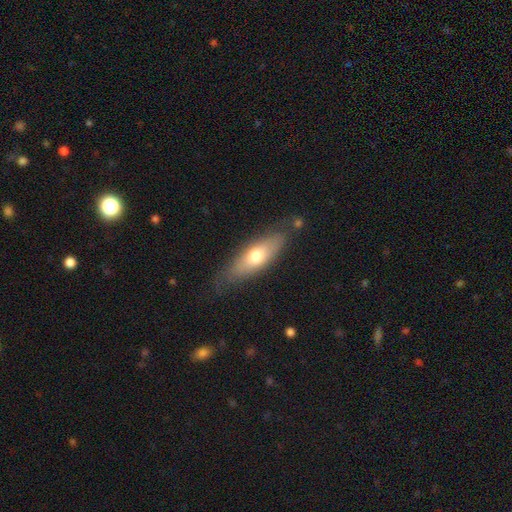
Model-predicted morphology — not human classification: Smooth or featured?
  - smooth: 62% *
  - featured or disk: 32%
  - star or artifact: 6%
How rounded?
  - in between: 60% *
  - cigar-shaped: 37%
  - round: 3%
Merging?
  - none: 76% *
  - minor disturbance: 16%
  - major disturbance: 5%
  - merger: 2%